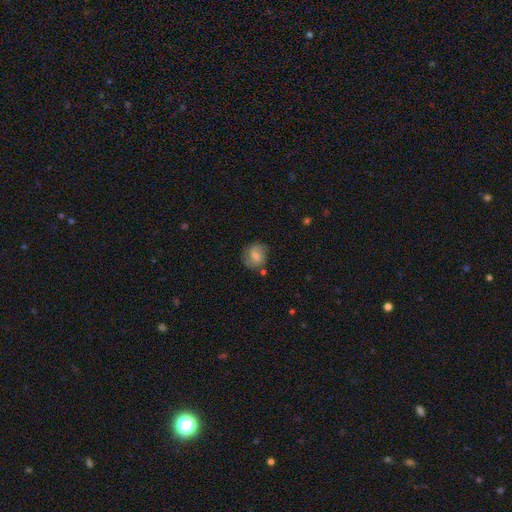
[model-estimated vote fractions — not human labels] smooth_or_featured: smooth (p=0.63) [alt: featured or disk p=0.29]
how_rounded: round (p=0.76) [alt: in between p=0.22]
merging: none (p=0.68) [alt: minor disturbance p=0.20]